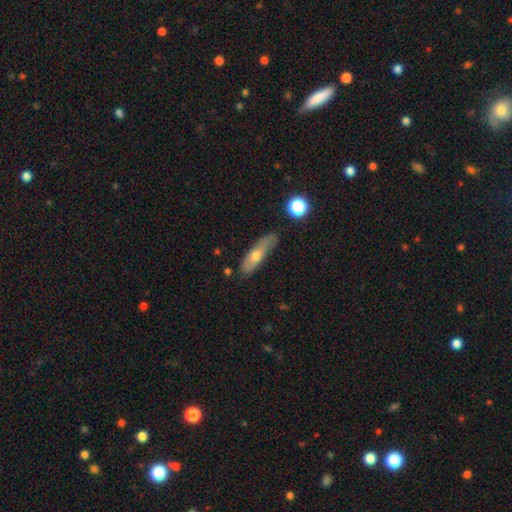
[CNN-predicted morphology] A smooth galaxy with no disk features (53%) that is cigar-shaped (63%). Merging: none (73%).